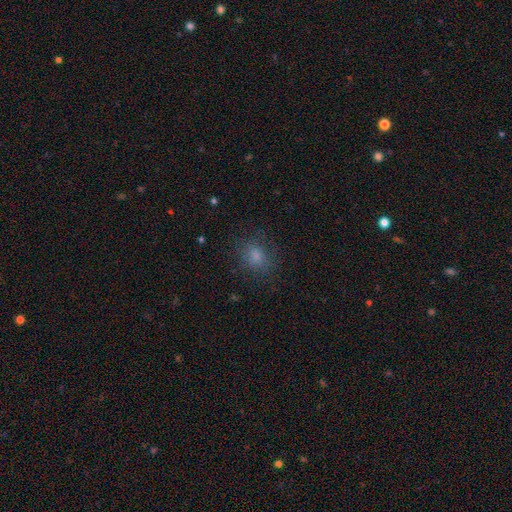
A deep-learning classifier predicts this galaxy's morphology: Smooth or featured: smooth — 72% (star or artifact — 19%)
How rounded: round — 66% (in between — 33%)
Merging: none — 82% (minor disturbance — 12%)